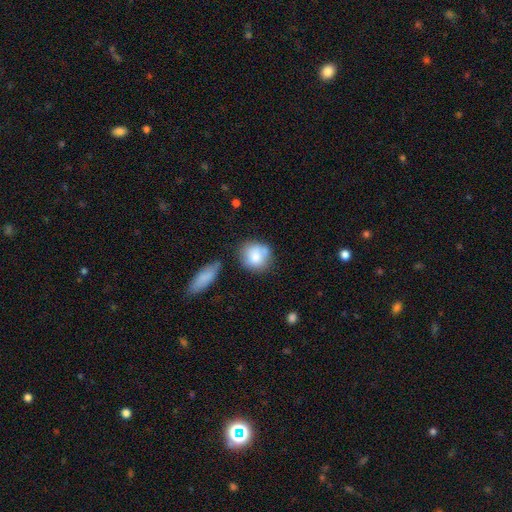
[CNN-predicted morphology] Overall: smooth (79%). How rounded: round (81%). Merging: none (58%; minor disturbance 21%).